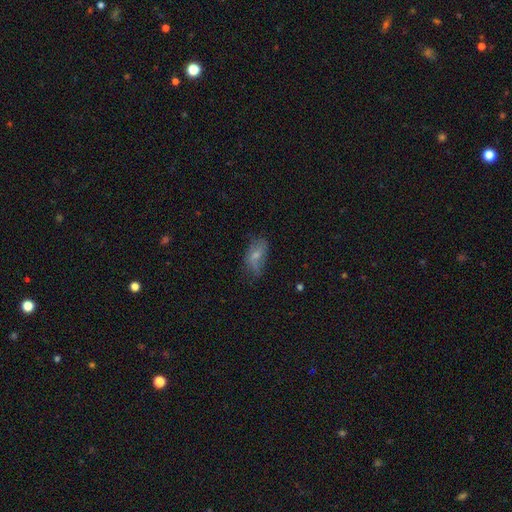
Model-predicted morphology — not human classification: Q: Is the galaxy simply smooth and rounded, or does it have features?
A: smooth — 60%.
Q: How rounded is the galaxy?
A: in between — 89%.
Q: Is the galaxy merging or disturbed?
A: none — 50%.